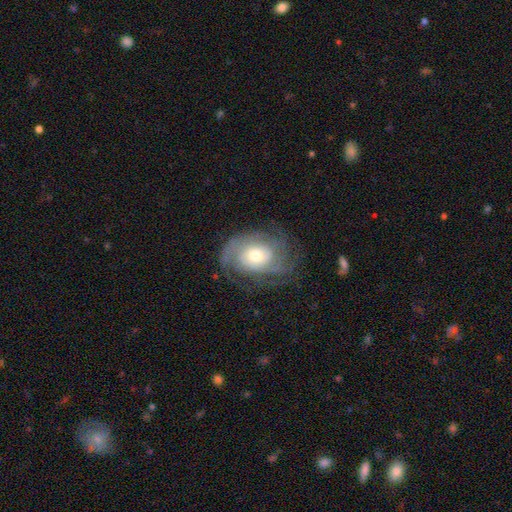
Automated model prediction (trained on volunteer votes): A featured or disk galaxy (77%) with no bar (76%), tight (54%) spiral arms (90%) and a moderate central bulge (63%). Merging: none (66%).